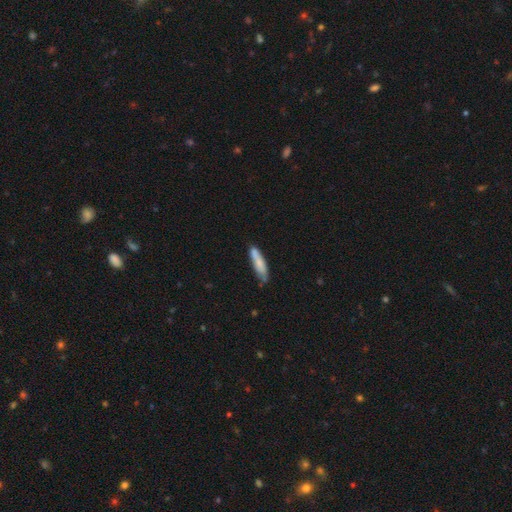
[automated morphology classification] smooth 70%, featured or disk 22%, star or artifact 8%. Down the decision tree: how rounded — cigar-shaped (79%); merging — none (65%).